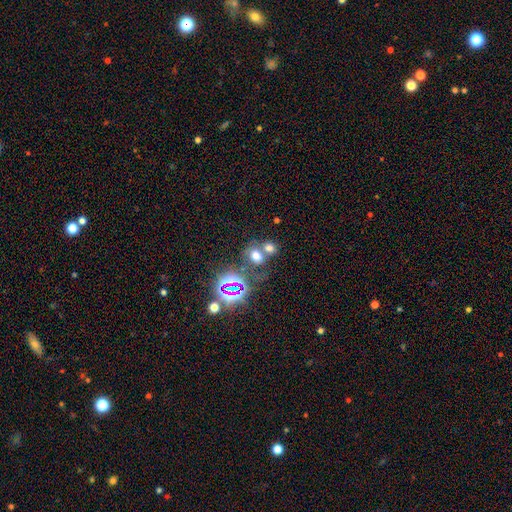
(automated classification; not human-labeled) A smooth galaxy with no disk features (58%) that is round (52%).

Vote fractions:
- Smooth or featured? smooth: 58% / star or artifact: 28% / featured or disk: 14%
- How rounded? round: 52% / in between: 47% / cigar-shaped: 1%
- Merging? none: 45% / merger: 40% / minor disturbance: 10% / major disturbance: 5%